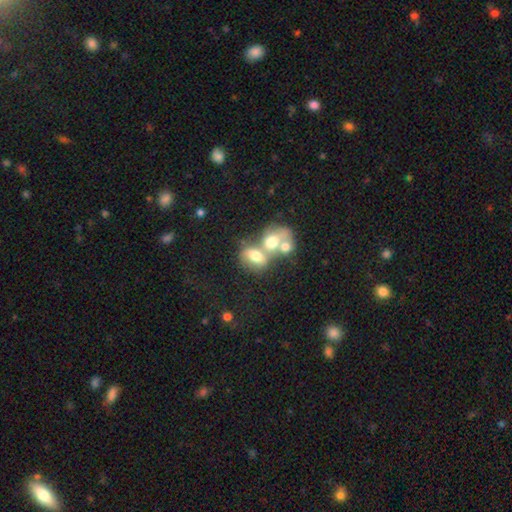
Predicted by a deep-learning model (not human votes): Smooth or featured?
  - smooth: 64% *
  - featured or disk: 25%
  - star or artifact: 11%
How rounded?
  - in between: 66% *
  - round: 32%
  - cigar-shaped: 2%
Merging?
  - merger: 67% *
  - none: 19%
  - minor disturbance: 7%
  - major disturbance: 7%